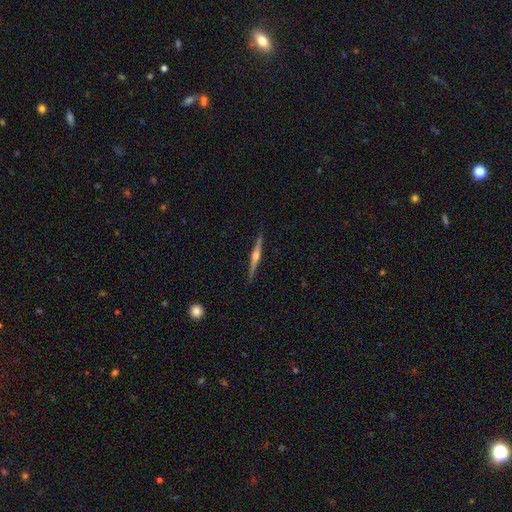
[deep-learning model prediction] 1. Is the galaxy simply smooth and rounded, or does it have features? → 80% featured or disk, 14% smooth, 6% star or artifact.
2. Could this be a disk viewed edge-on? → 98% yes, 2% no.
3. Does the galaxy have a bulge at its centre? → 92% rounded, 4% boxy, 3% none.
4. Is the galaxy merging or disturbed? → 90% none, 7% minor disturbance, 1% major disturbance, 1% merger.